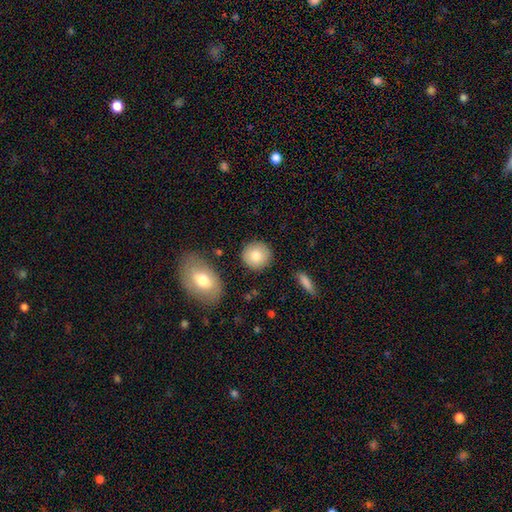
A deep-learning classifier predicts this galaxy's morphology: Q: Smooth or featured?
A: smooth (81%); runner-up: featured or disk (11%)
Q: How rounded?
A: round (90%); runner-up: in between (8%)
Q: Merging?
A: none (88%); runner-up: minor disturbance (7%)